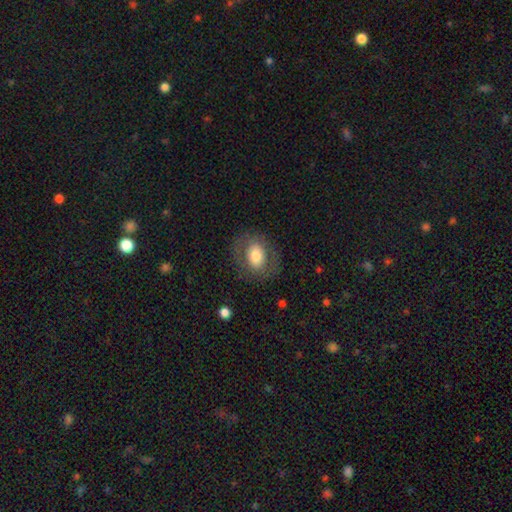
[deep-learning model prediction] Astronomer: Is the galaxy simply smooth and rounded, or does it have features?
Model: smooth — 64%.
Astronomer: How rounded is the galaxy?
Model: in between — 57% (runner-up: round, 42%).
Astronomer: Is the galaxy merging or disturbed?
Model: none — 77%.